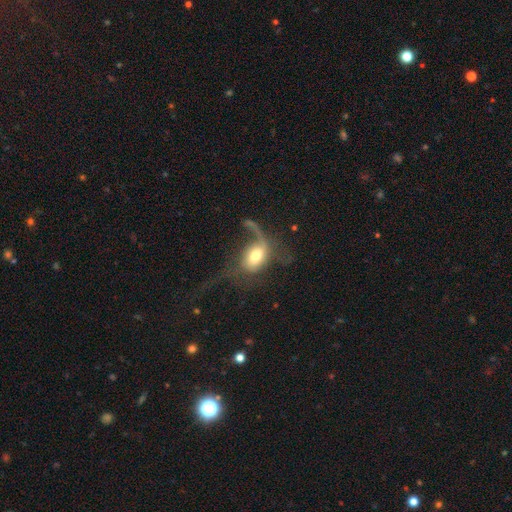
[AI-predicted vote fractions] smooth-or-featured: smooth: 53% | featured or disk: 38% | star or artifact: 8%
  how-rounded: in between: 81% | round: 16% | cigar-shaped: 3%
  merging: major disturbance: 54% | none: 26% | minor disturbance: 14% | merger: 5%